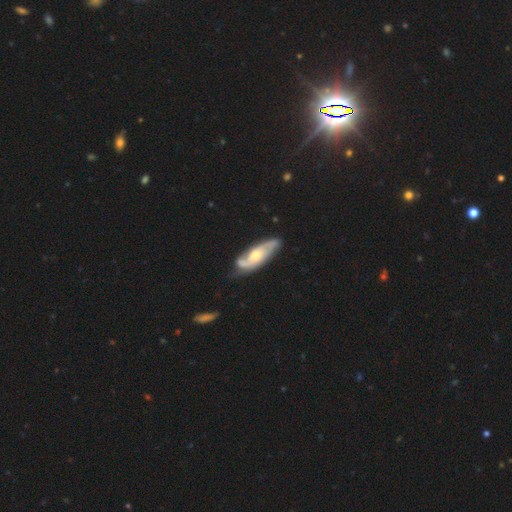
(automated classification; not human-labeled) smooth_or_featured: featured or disk (p=0.77) [alt: smooth p=0.18]
disk_edge_on: no (p=0.88) [alt: yes p=0.12]
bar: no (p=0.64) [alt: weak p=0.30]
has_spiral_arms: yes (p=0.93) [alt: no p=0.07]
spiral_winding: medium (p=0.45) [alt: tight p=0.31]
spiral_arm_count: 2 (p=0.71) [alt: can't tell p=0.15]
bulge_size: moderate (p=0.57) [alt: small p=0.34]
merging: none (p=0.68) [alt: minor disturbance p=0.22]